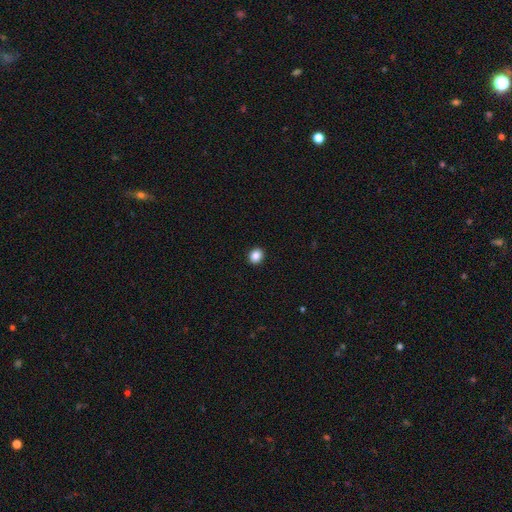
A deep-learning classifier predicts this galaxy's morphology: The model was most divided on "how rounded": round: 65%, in between: 34%, cigar-shaped: 1%. More confident: merging — none (92%); smooth or featured — smooth (87%).